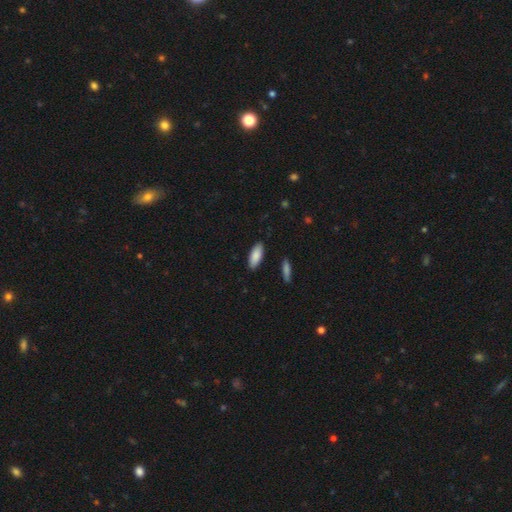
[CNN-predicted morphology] Smooth or featured: smooth — 88% (featured or disk — 6%)
How rounded: in between — 78% (cigar-shaped — 21%)
Merging: none — 88% (minor disturbance — 9%)